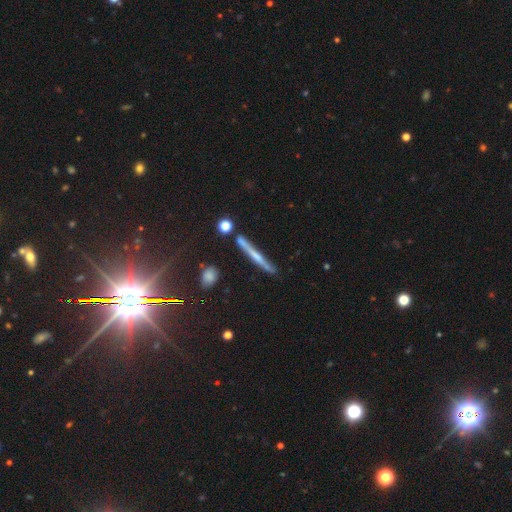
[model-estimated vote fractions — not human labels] Smooth or featured? Predicted: featured or disk (p=0.49). Merging? Predicted: none (p=0.81).